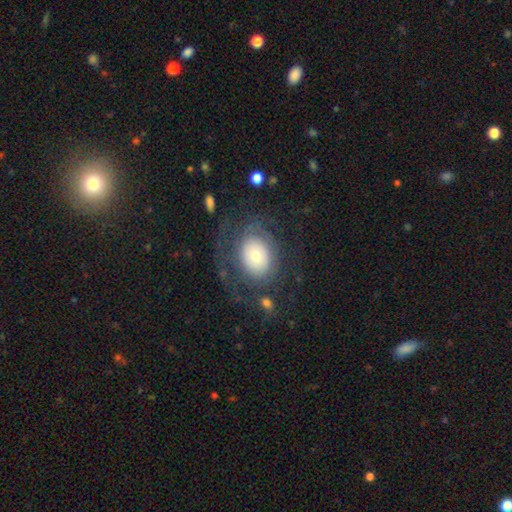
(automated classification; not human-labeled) Smooth or featured? featured or disk (47%)
Merging? none (59%)